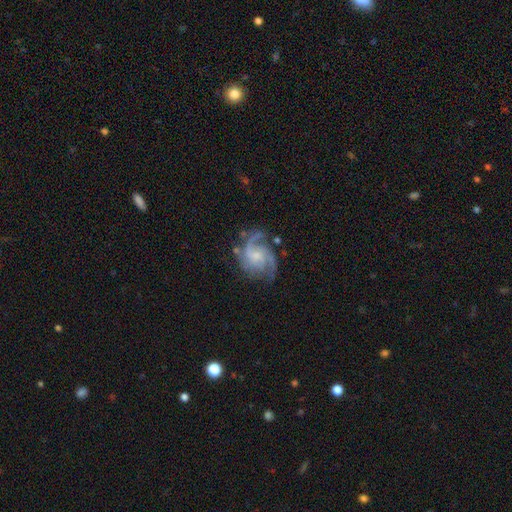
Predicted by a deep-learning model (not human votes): A featured or disk galaxy (88%) with no bar (64%), 3 (36%) medium (51%) spiral arms (97%) and a small central bulge (57%). Merging: none (61%).